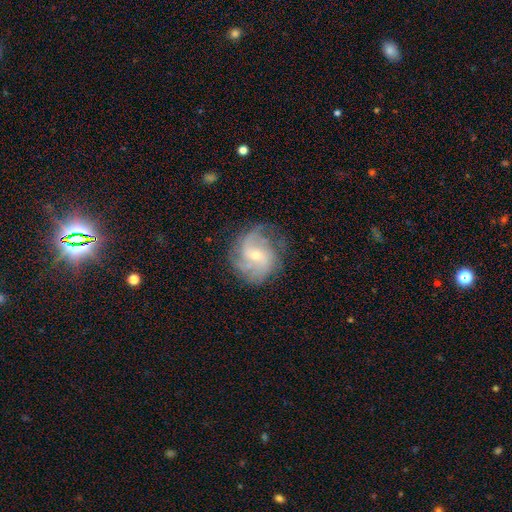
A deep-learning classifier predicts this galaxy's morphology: Smooth or featured: featured or disk — 81% (smooth — 12%)
Edge-on disk: no — 98% (yes — 2%)
Bar: no — 47% (weak — 43%)
Spiral arms: yes — 94% (no — 6%)
Spiral winding: medium — 45% (tight — 32%)
Spiral arm count: 2 — 35% (can't tell — 24%)
Bulge size: small — 60% (moderate — 36%)
Merging: none — 70% (minor disturbance — 19%)